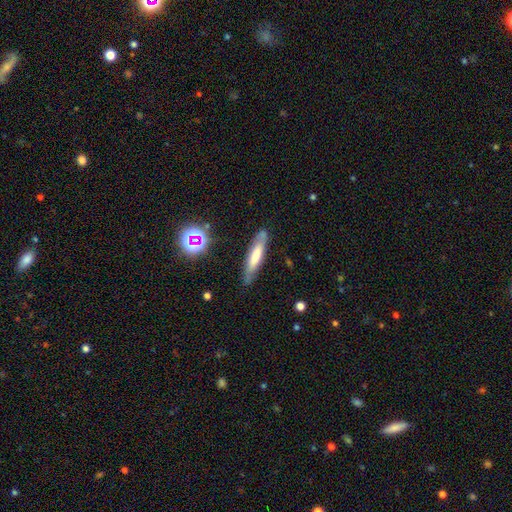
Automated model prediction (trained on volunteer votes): The model was most divided on "smooth or featured": smooth: 50%, featured or disk: 40%, star or artifact: 10%. More confident: merging — none (78%).